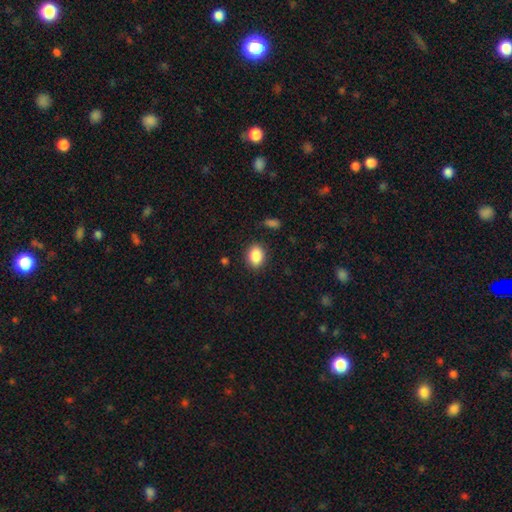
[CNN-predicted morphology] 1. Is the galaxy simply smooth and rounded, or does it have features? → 87% smooth, 8% star or artifact, 4% featured or disk.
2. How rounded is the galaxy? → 70% in between, 28% round, 1% cigar-shaped.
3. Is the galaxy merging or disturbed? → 87% none, 9% minor disturbance, 3% major disturbance, 2% merger.